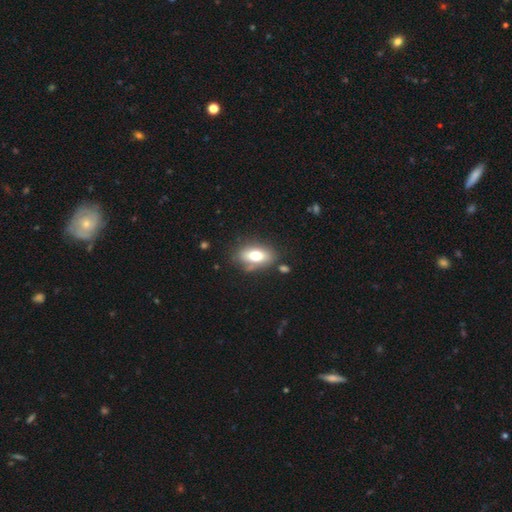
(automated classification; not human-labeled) Morphology: type=smooth (71%); roundness=in between (86%); merging=none (73%).